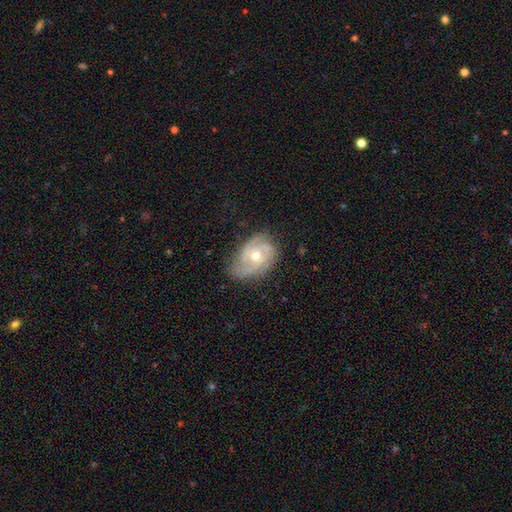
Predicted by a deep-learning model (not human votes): smooth-or-featured: featured or disk: 78% | smooth: 16% | star or artifact: 6%
  disk-edge-on: no: 96% | yes: 4%
    bar: no: 73% | weak: 22% | strong: 4%
    has-spiral-arms: yes: 91% | no: 9%
      spiral-winding: tight: 53% | medium: 36% | loose: 11%
      spiral-arm-count: 2: 34% | 3: 30% | can't tell: 22% | 4: 5% | 1: 5% | more than 4: 3%
    bulge-size: moderate: 70% | small: 24% | large: 4% | none: 1% | dominant: 1%
  merging: none: 65% | minor disturbance: 25% | major disturbance: 9% | merger: 1%